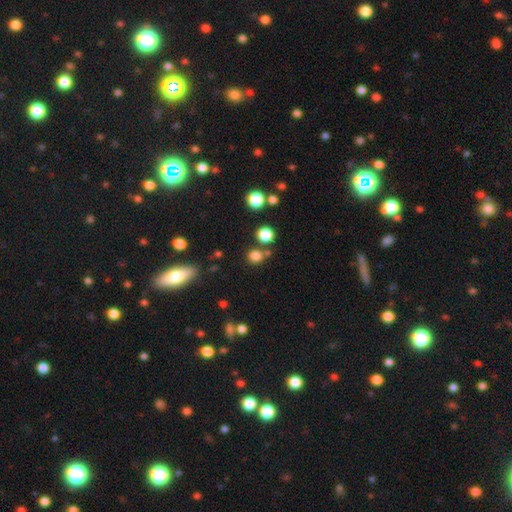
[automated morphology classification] This is likely a smooth galaxy (79%). How rounded: clearly round (89%). Merging: likely none (75%).